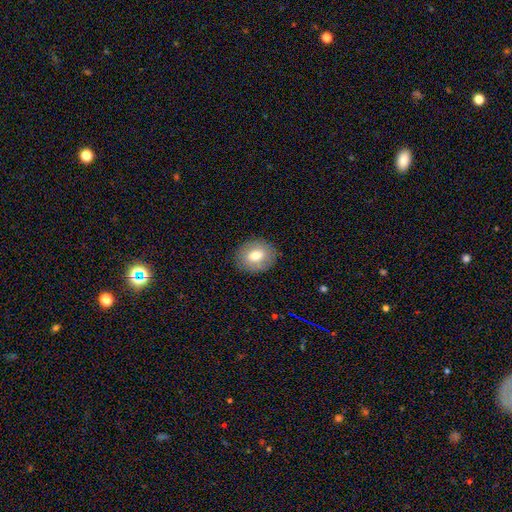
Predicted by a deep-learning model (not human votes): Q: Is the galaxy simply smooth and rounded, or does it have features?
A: smooth — 73%.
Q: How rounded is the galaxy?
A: round — 51%.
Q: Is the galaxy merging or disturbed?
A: none — 87%.